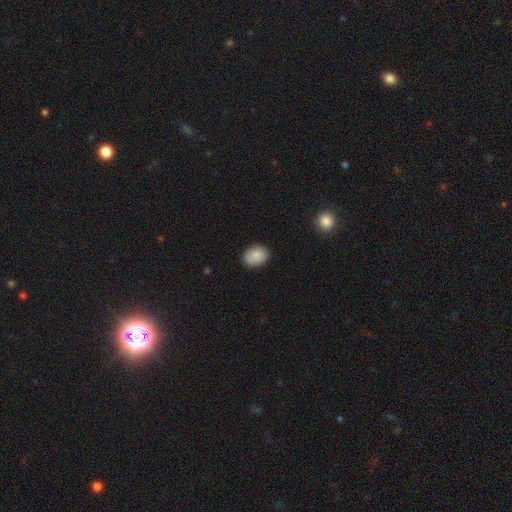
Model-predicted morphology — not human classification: A smooth galaxy with no disk features (87%) that is in between round and cigar-shaped (64%). Merging: none (85%).